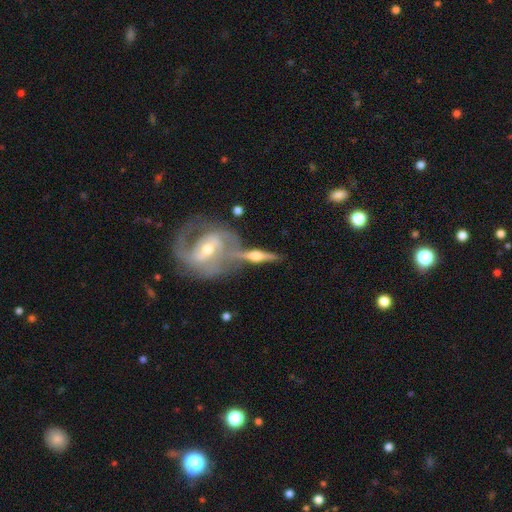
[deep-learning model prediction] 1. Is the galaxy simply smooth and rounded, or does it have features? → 76% featured or disk, 18% smooth, 6% star or artifact.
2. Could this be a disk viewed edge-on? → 85% yes, 15% no.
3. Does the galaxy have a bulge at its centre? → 94% rounded, 4% boxy, 2% none.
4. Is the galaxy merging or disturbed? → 48% none, 32% merger, 13% minor disturbance, 7% major disturbance.